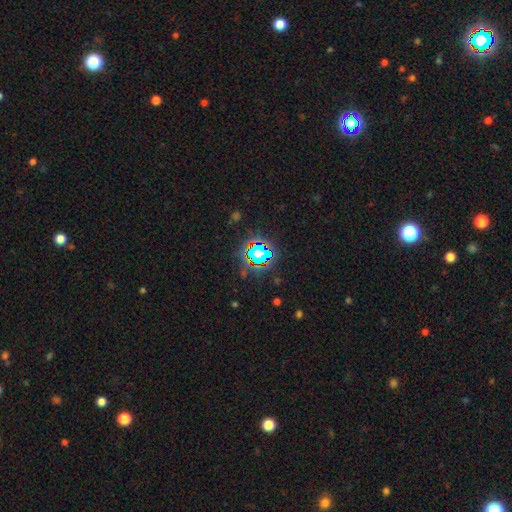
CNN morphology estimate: A star or artifact, not a galaxy (62%).